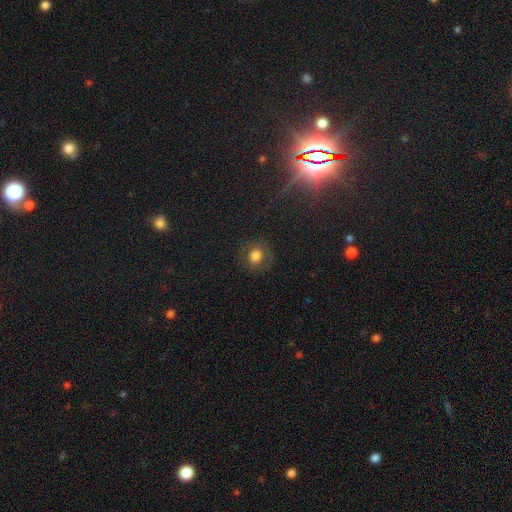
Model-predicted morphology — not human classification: Smooth or featured? smooth (74%)
How rounded? round (81%)
Merging? none (84%)